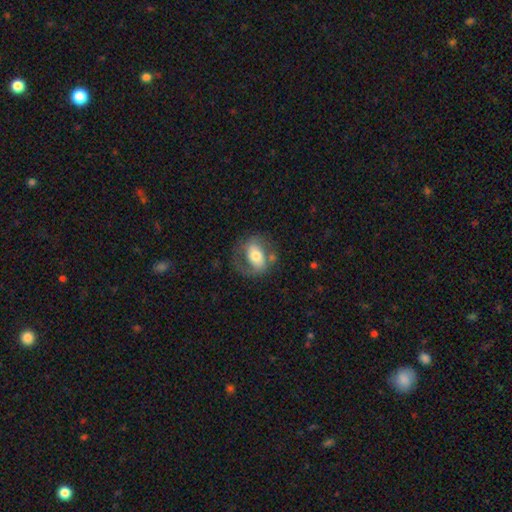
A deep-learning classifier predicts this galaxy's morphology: type=featured or disk (48%); merging=none (56%).